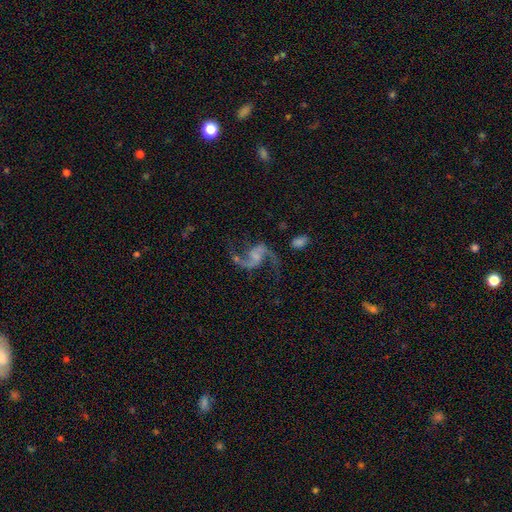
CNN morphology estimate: Smooth or featured? featured or disk (91%)
Edge-on disk? no (98%)
Bar? no (44%)
Spiral arms? yes (97%)
Spiral winding? loose (79%)
Spiral arm count? 2 (94%)
Bulge size? none (52%)
Merging? none (67%)